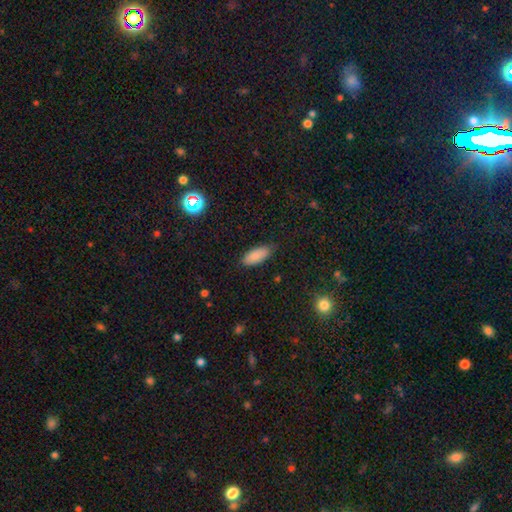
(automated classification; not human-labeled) smooth 86%, star or artifact 8%, featured or disk 6%. Down the decision tree: how rounded — in between (84%); merging — none (80%).